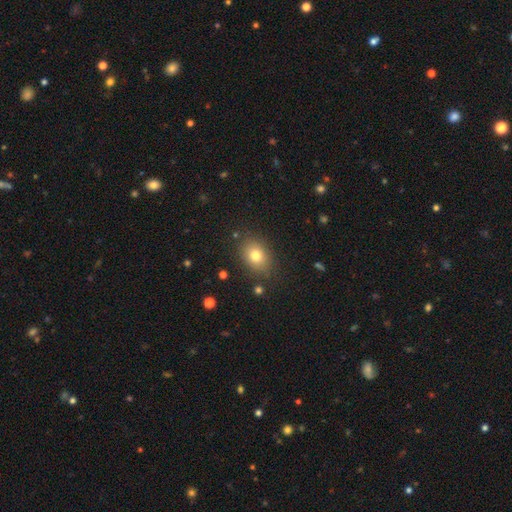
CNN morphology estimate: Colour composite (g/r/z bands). It shows a smooth galaxy with no disk features (78%) that is in between round and cigar-shaped (65%). Merging: none (83%).